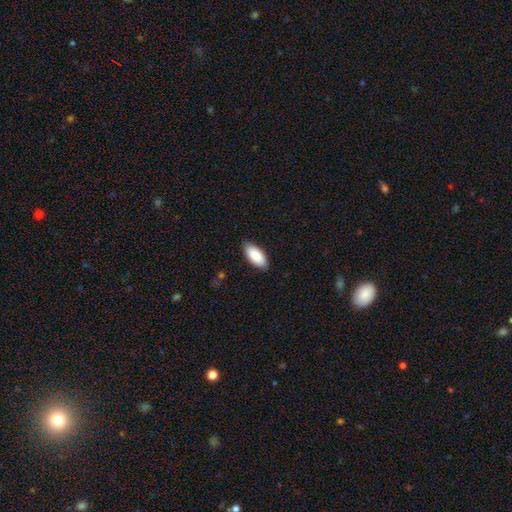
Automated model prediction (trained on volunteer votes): smooth_or_featured: smooth (p=0.88) [alt: featured or disk p=0.06]
how_rounded: in between (p=0.92) [alt: cigar-shaped p=0.06]
merging: none (p=0.87) [alt: minor disturbance p=0.10]